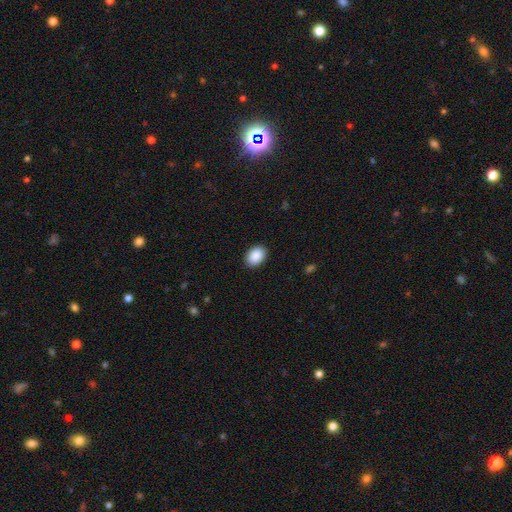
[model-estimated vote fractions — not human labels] This is clearly a smooth galaxy (90%). How rounded: likely in between (78%). Merging: clearly none (90%).